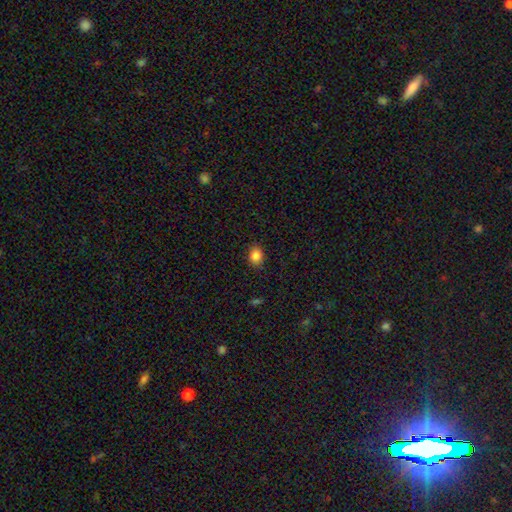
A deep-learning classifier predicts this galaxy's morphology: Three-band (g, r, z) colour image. It shows a smooth galaxy with no disk features (85%) that is round (53%). Merging: none (87%).